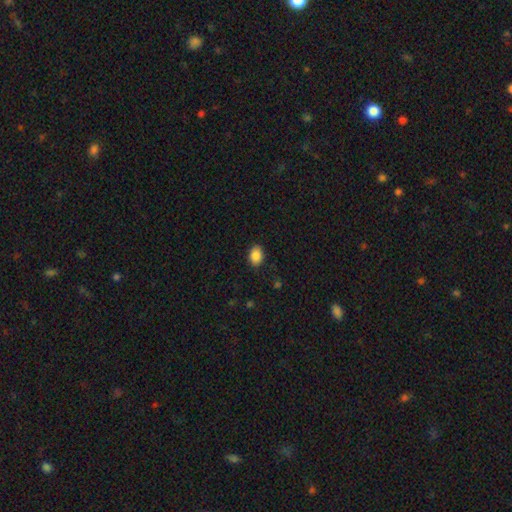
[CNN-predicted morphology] Smooth or featured?
  - smooth: 88% *
  - star or artifact: 8%
  - featured or disk: 4%
How rounded?
  - in between: 76% *
  - round: 23%
  - cigar-shaped: 1%
Merging?
  - none: 88% *
  - minor disturbance: 9%
  - major disturbance: 2%
  - merger: 1%